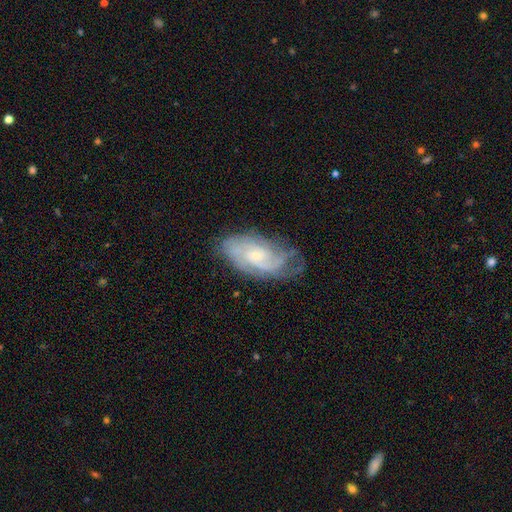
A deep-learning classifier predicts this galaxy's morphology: type=featured or disk (78%); edge-on=no (95%); bar=no (65%); spiral arms=yes (93%); winding=tight (55%); arm count=can't tell (39%); bulge=small (63%); merging=none (66%).